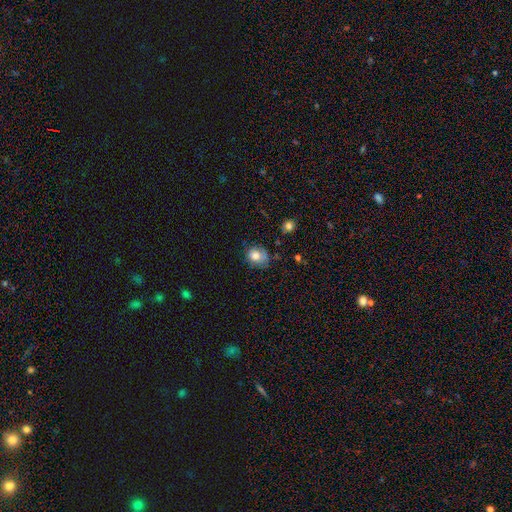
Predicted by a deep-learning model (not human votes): smooth-or-featured: smooth: 76% | featured or disk: 14% | star or artifact: 10%
  how-rounded: round: 65% | in between: 34% | cigar-shaped: 1%
  merging: none: 57% | minor disturbance: 30% | major disturbance: 11% | merger: 3%